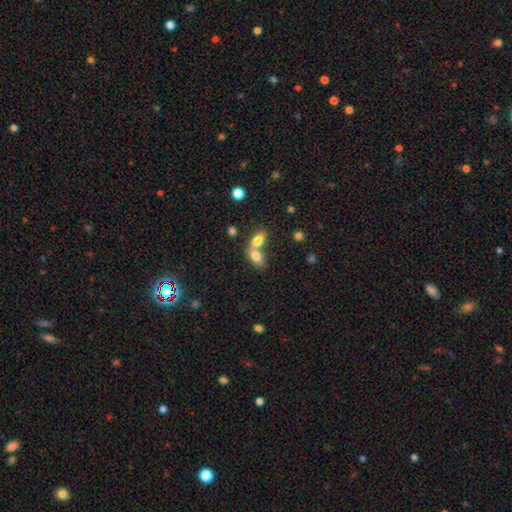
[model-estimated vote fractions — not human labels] A smooth galaxy with no disk features (78%) that is in between round and cigar-shaped (85%). Merging: merger (70%).